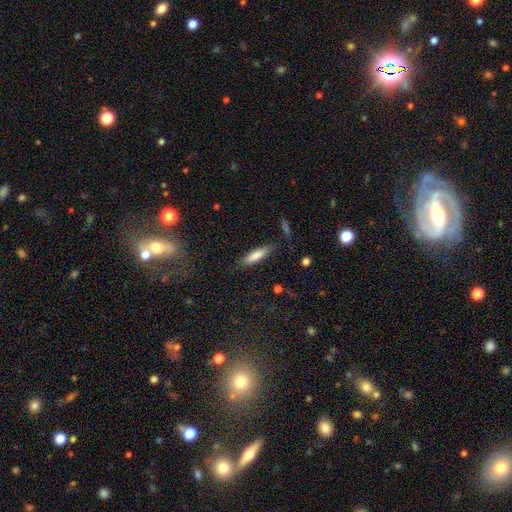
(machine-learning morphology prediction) This is likely a smooth galaxy (78%). How rounded: likely cigar-shaped (70%). Merging: likely none (79%).